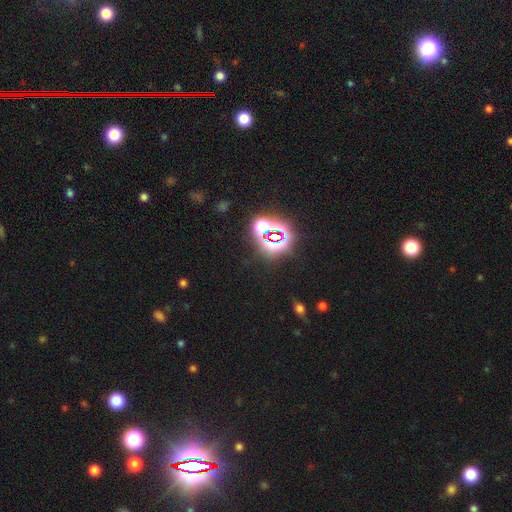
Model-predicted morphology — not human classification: star or artifact 80%, smooth 13%, featured or disk 7%.